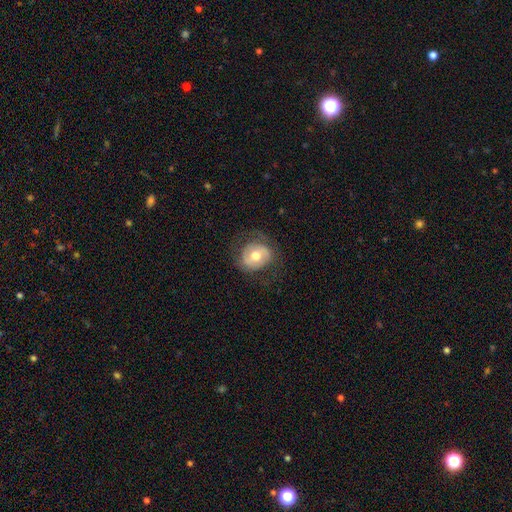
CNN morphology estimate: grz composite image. It shows a smooth galaxy with no disk features (50%). Merging: none (70%).